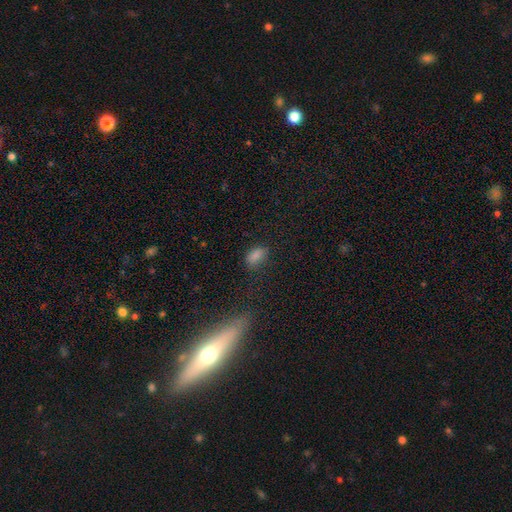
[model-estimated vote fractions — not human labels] Morphology: type=smooth (82%); roundness=in between (89%); merging=none (75%).